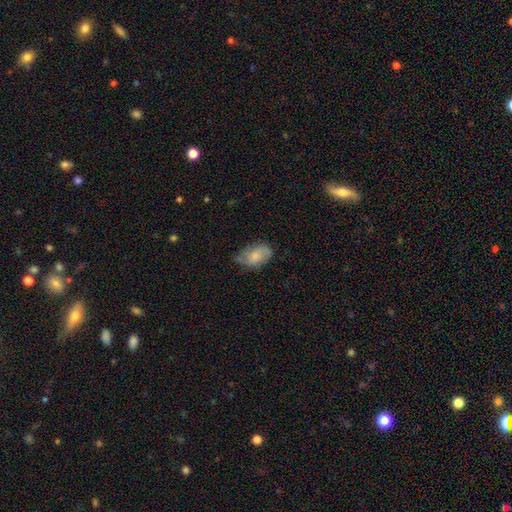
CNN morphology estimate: This appears to be a smooth galaxy with no disk features (69%) that is in between round and cigar-shaped (91%). Merging: none (57%).